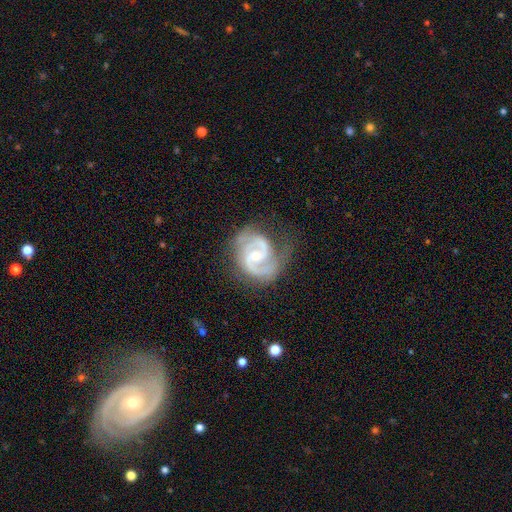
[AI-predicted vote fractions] Smooth or featured?
  - featured or disk: 92% *
  - star or artifact: 4%
  - smooth: 4%
Edge-on disk?
  - no: 98% *
  - yes: 2%
Bar?
  - no: 46% *
  - weak: 41%
  - strong: 13%
Spiral arms?
  - yes: 98% *
  - no: 2%
Spiral winding?
  - medium: 53% *
  - tight: 37%
  - loose: 9%
Spiral arm count?
  - 2: 87% *
  - 3: 5%
  - can't tell: 4%
  - 1: 2%
  - 4: 1%
  - more than 4: 1%
Bulge size?
  - small: 60% *
  - moderate: 37%
  - none: 1%
  - large: 1%
  - dominant: 1%
Merging?
  - none: 68% *
  - minor disturbance: 21%
  - major disturbance: 9%
  - merger: 2%